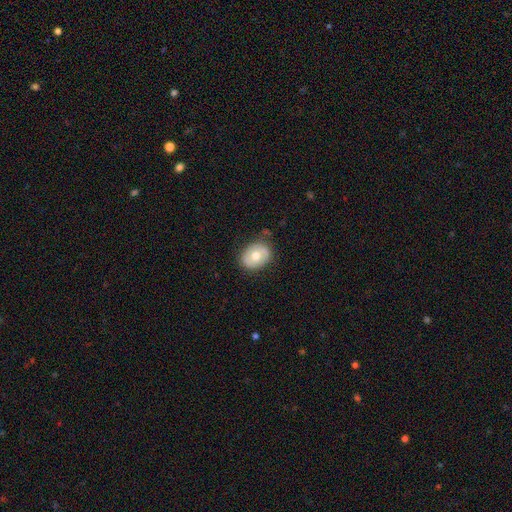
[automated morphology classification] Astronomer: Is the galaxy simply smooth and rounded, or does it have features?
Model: smooth — 62%.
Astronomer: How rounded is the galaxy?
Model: in between — 56% (runner-up: round, 43%).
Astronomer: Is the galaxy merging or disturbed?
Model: none — 79%.